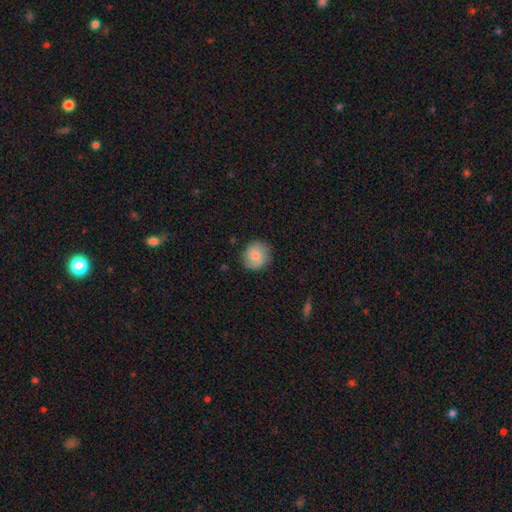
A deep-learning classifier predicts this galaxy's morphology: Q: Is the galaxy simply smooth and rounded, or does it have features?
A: smooth — 80%.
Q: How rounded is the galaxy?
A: round — 84%.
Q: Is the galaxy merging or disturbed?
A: none — 81%.